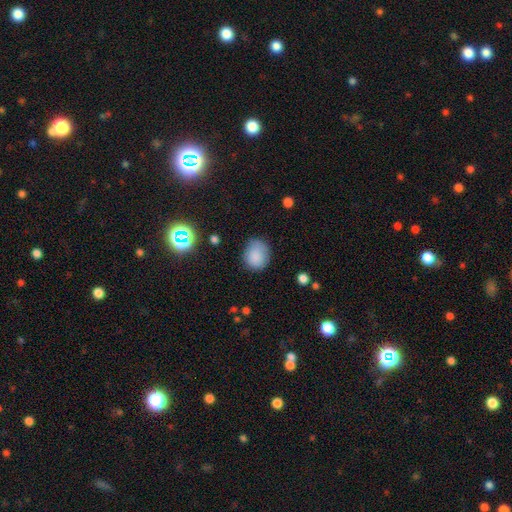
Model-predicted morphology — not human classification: Overall: smooth (84%). How rounded: round (63%; in between 36%). Merging: none (74%).